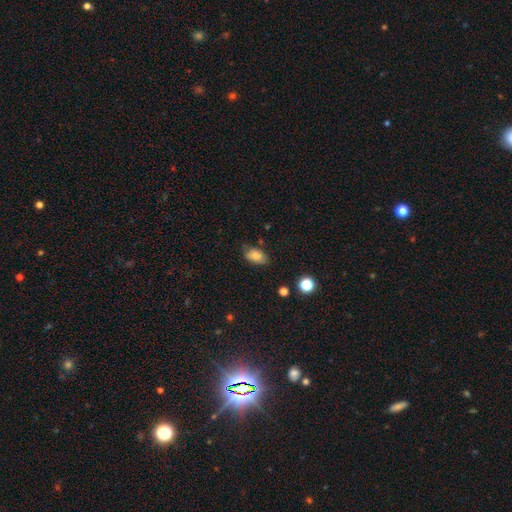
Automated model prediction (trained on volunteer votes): Smooth or featured: smooth — 79% (featured or disk — 12%)
How rounded: in between — 89% (round — 9%)
Merging: none — 74% (minor disturbance — 20%)